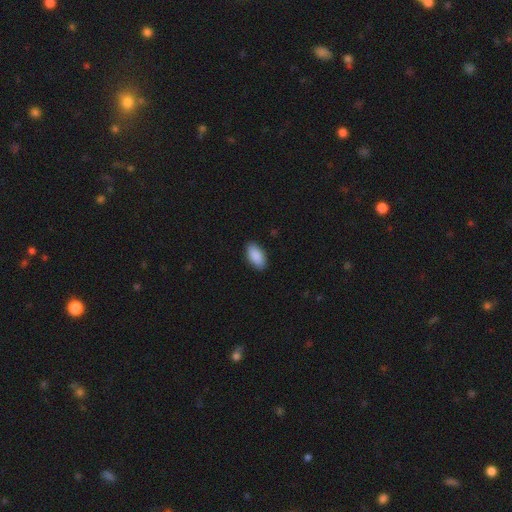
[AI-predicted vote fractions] Smooth or featured? Predicted: smooth (p=0.90). How rounded? Predicted: in between (p=0.94). Merging? Predicted: none (p=0.89).